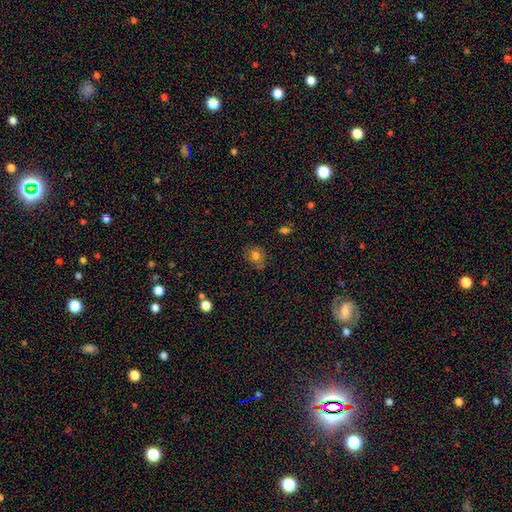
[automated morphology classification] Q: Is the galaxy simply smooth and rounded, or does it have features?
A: smooth — 75%.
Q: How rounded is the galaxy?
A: round — 56%.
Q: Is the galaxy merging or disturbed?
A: none — 67%.